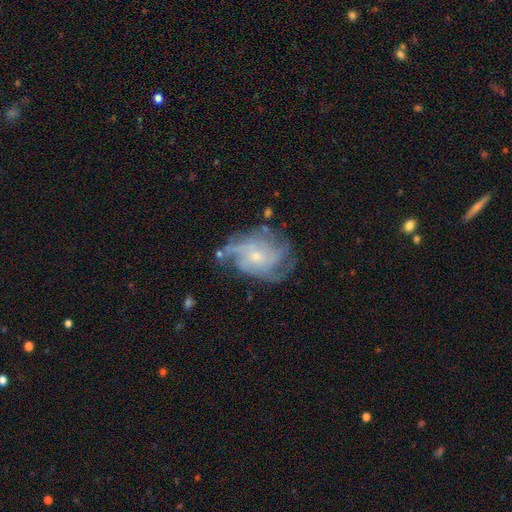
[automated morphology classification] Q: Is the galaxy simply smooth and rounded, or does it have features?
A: featured or disk — 81%.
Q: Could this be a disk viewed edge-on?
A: no — 97%.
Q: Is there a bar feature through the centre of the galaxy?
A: no — 73%.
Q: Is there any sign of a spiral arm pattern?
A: yes — 92%.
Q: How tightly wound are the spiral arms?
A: tight — 45%.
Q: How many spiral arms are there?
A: can't tell — 32%.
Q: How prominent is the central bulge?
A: small — 67%.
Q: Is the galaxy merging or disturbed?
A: none — 60%.